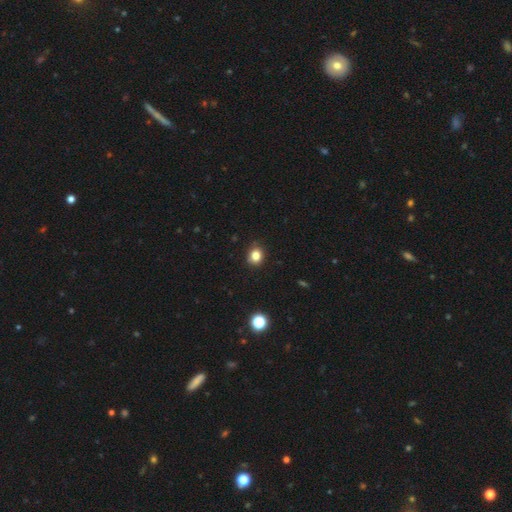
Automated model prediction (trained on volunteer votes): smooth 82%, star or artifact 13%, featured or disk 5%. Down the decision tree: how rounded — round (73%); merging — none (86%).